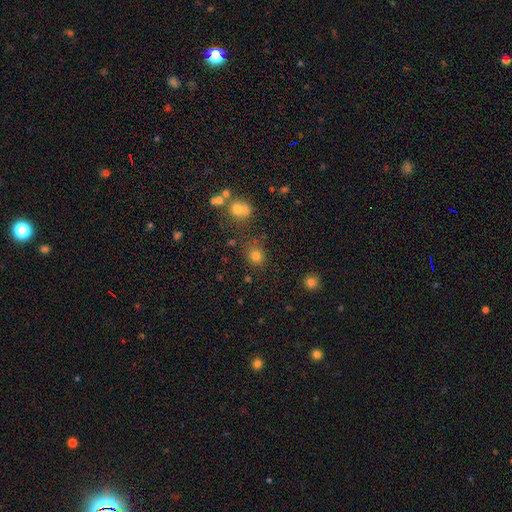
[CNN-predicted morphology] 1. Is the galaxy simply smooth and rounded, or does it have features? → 77% smooth, 17% star or artifact, 6% featured or disk.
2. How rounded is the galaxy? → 80% round, 19% in between, 1% cigar-shaped.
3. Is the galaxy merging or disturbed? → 75% none, 12% minor disturbance, 8% merger, 5% major disturbance.